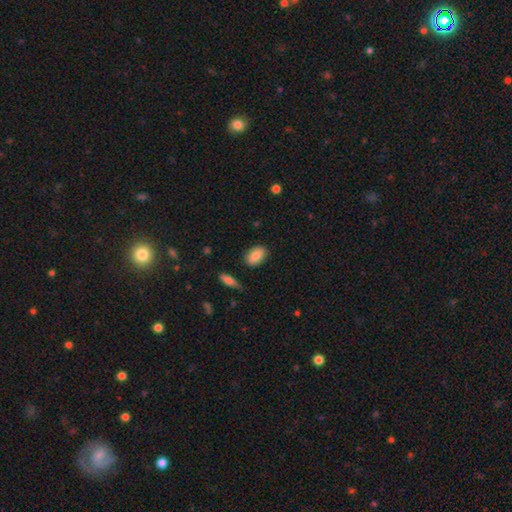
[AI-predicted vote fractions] This is clearly a smooth galaxy (85%). How rounded: clearly in between (87%). Merging: clearly none (84%).